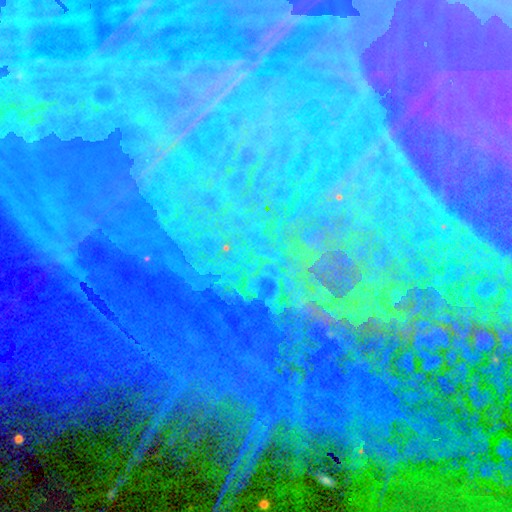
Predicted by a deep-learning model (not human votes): The model was most divided on "smooth or featured": star or artifact: 80%, featured or disk: 12%, smooth: 8%.